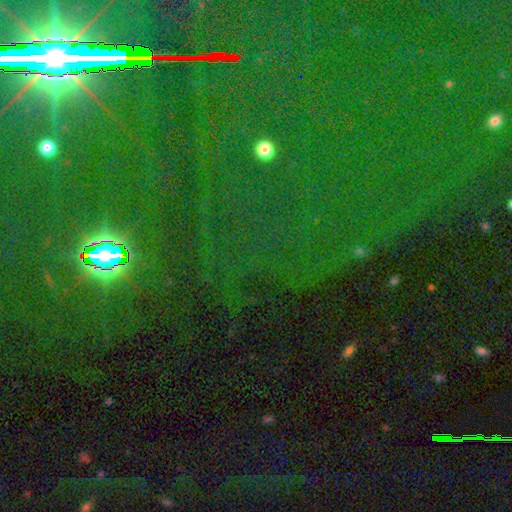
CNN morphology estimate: Smooth or featured: star or artifact — 82% (smooth — 10%)